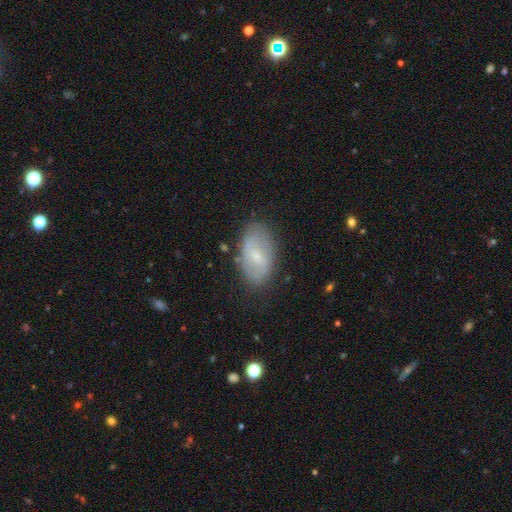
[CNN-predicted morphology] Q: Smooth or featured?
A: smooth (51%); runner-up: featured or disk (41%)
Q: How rounded?
A: in between (93%); runner-up: round (5%)
Q: Merging?
A: none (79%); runner-up: minor disturbance (15%)